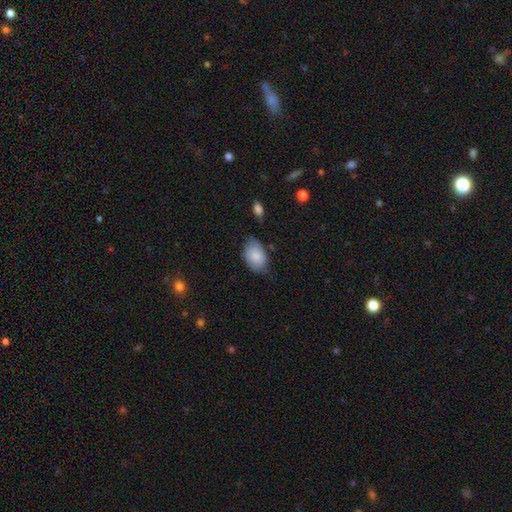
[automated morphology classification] This appears to be a smooth galaxy with no disk features (83%) that is in between round and cigar-shaped (88%). Merging: none (56%).